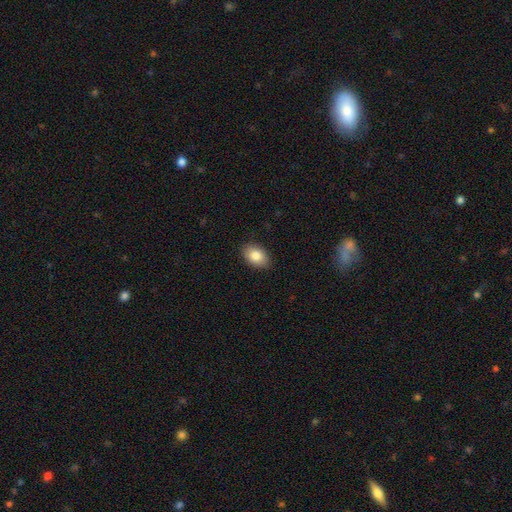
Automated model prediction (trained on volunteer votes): smooth_or_featured: smooth (p=0.83) [alt: featured or disk p=0.09]
how_rounded: in between (p=0.85) [alt: round p=0.14]
merging: none (p=0.88) [alt: minor disturbance p=0.09]